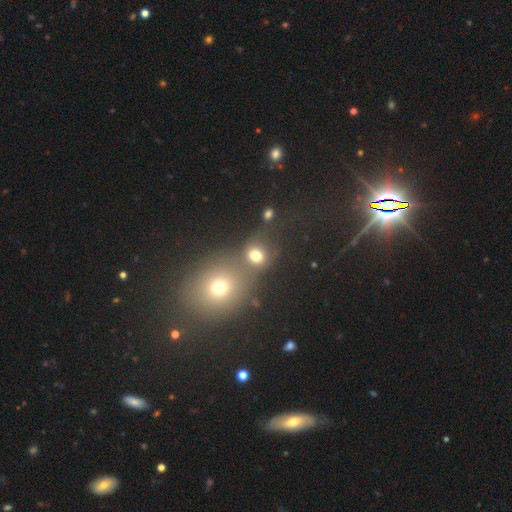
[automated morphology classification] A smooth galaxy with no disk features (72%) that is round (75%).

Vote fractions:
- Smooth or featured? smooth: 72% / star or artifact: 18% / featured or disk: 9%
- How rounded? round: 75% / in between: 24% / cigar-shaped: 1%
- Merging? none: 48% / merger: 38% / minor disturbance: 9% / major disturbance: 6%